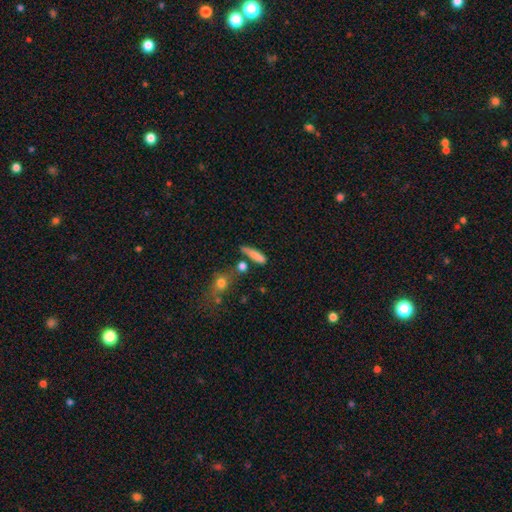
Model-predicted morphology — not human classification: Smooth or featured: smooth — 79% (featured or disk — 13%)
How rounded: cigar-shaped — 71% (in between — 24%)
Merging: none — 61% (minor disturbance — 20%)